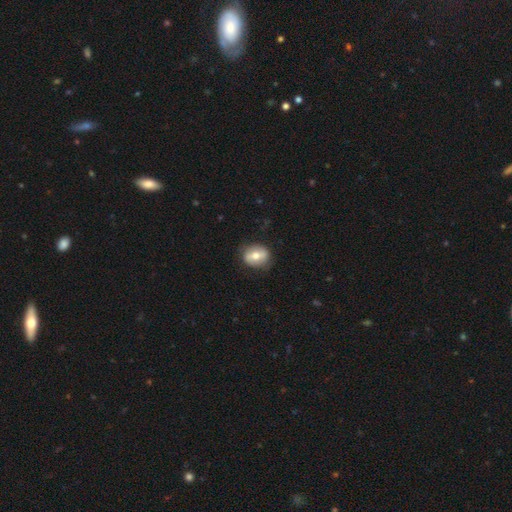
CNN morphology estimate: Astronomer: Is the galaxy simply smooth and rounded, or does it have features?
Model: smooth — 58% (runner-up: featured or disk, 35%).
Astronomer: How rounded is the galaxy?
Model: round — 54% (runner-up: in between, 45%).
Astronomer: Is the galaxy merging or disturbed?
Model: none — 82%.